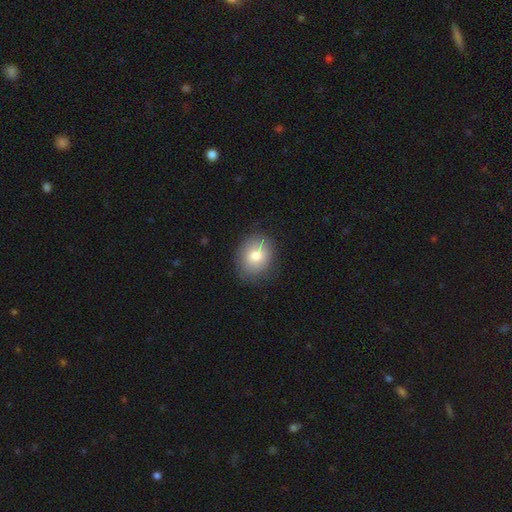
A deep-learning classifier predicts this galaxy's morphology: This appears to be a smooth galaxy with no disk features (74%) that is round (62%). Merging: none (78%).